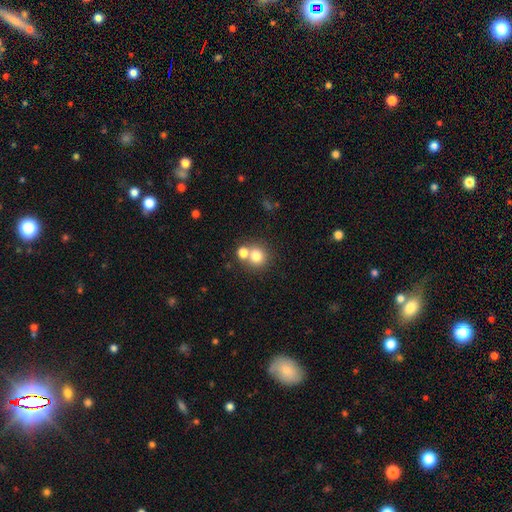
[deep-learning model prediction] Overall: smooth (77%). How rounded: round (88%). Merging: none (55%; merger 36%).